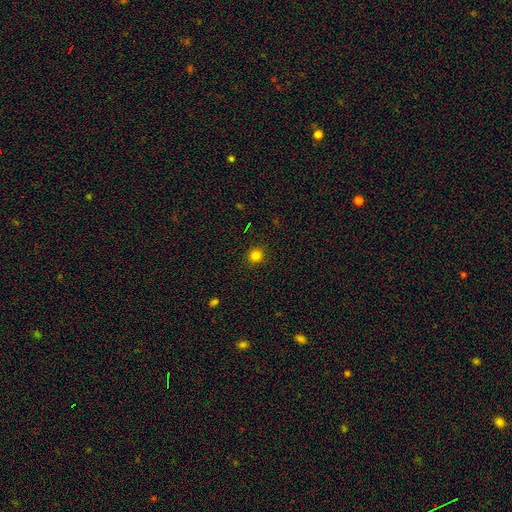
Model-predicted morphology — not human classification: This appears to be a smooth galaxy with no disk features (82%) that is round (92%). Merging: none (92%).